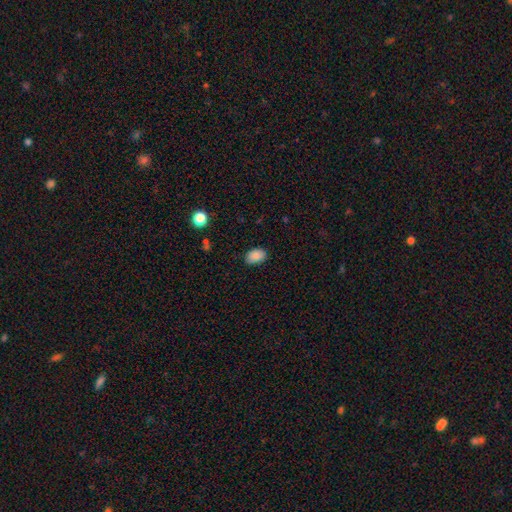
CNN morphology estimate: A smooth galaxy with no disk features (87%) that is in between round and cigar-shaped (85%). Merging: none (83%).